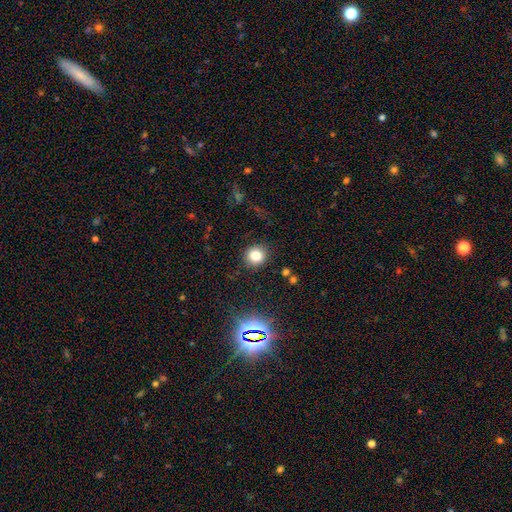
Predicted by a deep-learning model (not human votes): The model was most divided on "smooth or featured": smooth: 78%, star or artifact: 15%, featured or disk: 7%. More confident: merging — none (89%); how rounded — round (88%).